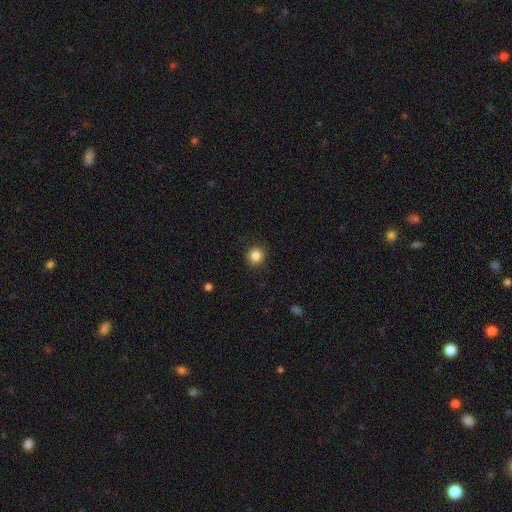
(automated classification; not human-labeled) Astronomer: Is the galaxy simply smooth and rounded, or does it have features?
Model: smooth — 86%.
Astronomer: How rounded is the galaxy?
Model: round — 90%.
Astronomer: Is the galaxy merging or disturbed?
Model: none — 91%.